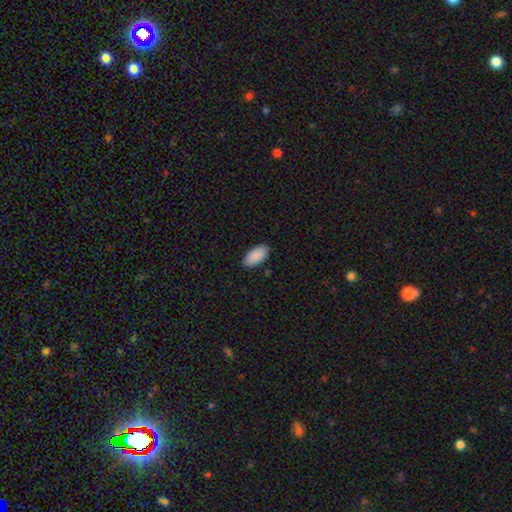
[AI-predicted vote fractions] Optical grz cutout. It shows a smooth galaxy with no disk features (91%) that is in between round and cigar-shaped (95%). Merging: none (88%).